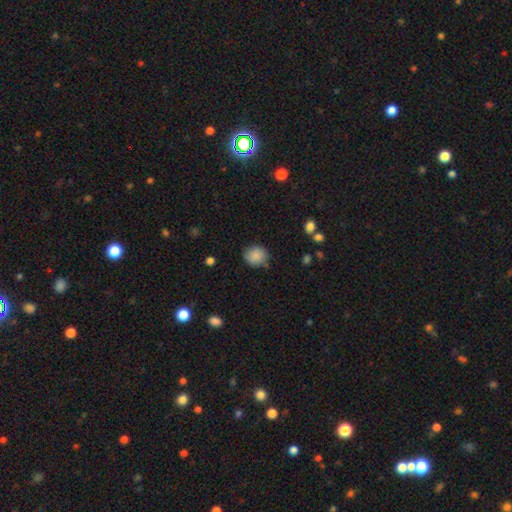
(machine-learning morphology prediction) smooth-or-featured: smooth: 87% | star or artifact: 8% | featured or disk: 5%
  how-rounded: round: 79% | in between: 20% | cigar-shaped: 1%
  merging: none: 79% | minor disturbance: 15% | major disturbance: 3% | merger: 2%